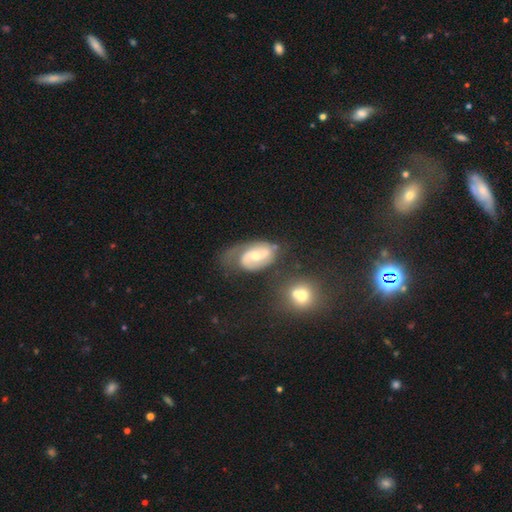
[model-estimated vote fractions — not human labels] This appears to be a featured or disk galaxy (81%) with no bar (43%, tied with weak), 2 (79%) medium (47%) spiral arms (94%) and a moderate central bulge (59%). Merging: none (52%).